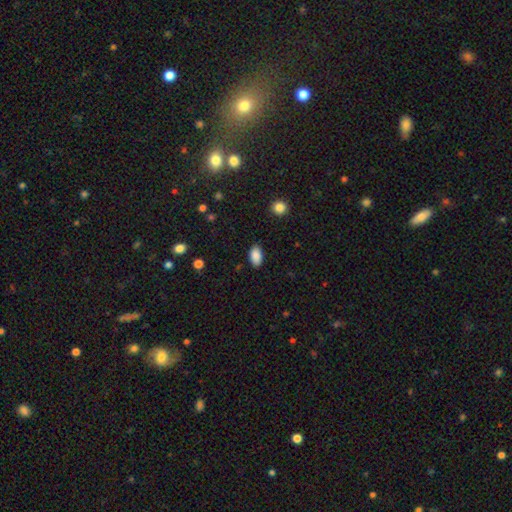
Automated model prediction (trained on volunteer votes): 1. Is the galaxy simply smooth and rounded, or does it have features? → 89% smooth, 8% star or artifact, 4% featured or disk.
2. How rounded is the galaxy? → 93% in between, 5% round, 2% cigar-shaped.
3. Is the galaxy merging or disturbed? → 87% none, 10% minor disturbance, 2% major disturbance, 1% merger.